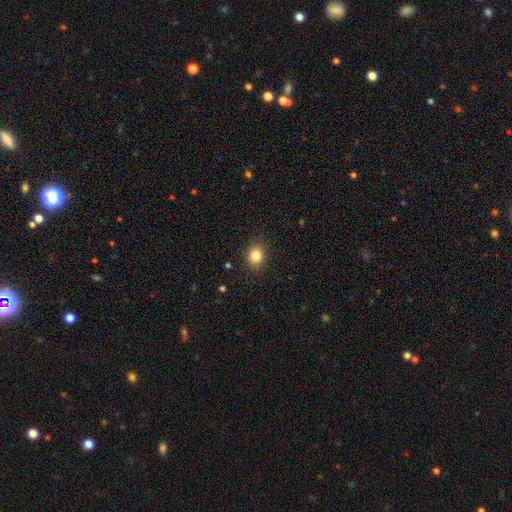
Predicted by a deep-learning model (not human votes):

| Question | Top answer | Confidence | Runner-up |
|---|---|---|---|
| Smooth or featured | smooth | 83% | star or artifact (11%) |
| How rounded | round | 77% | in between (22%) |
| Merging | none | 88% | minor disturbance (8%) |